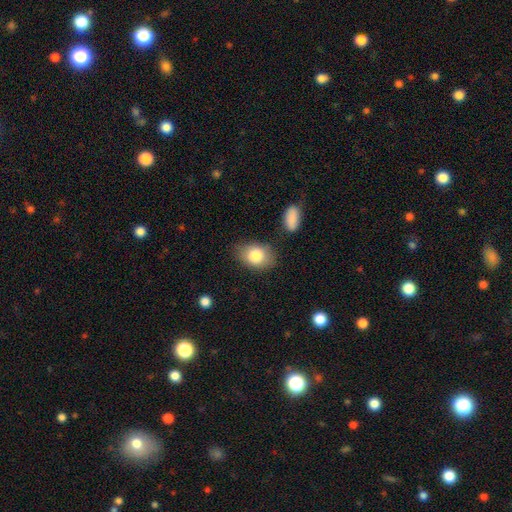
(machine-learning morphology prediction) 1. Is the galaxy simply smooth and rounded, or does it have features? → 82% smooth, 11% featured or disk, 7% star or artifact.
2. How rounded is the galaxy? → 76% in between, 23% round, 1% cigar-shaped.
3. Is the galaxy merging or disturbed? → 75% none, 17% minor disturbance, 4% major disturbance, 4% merger.